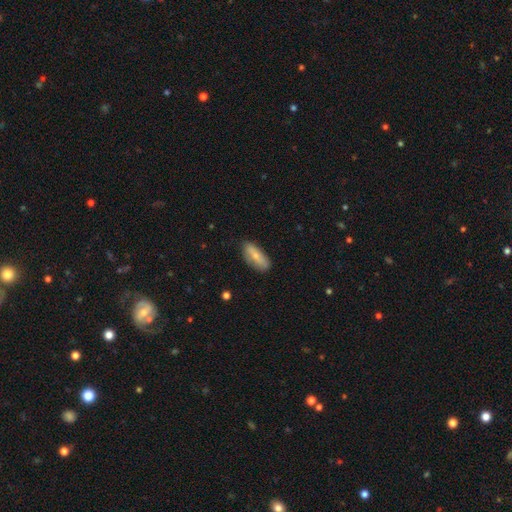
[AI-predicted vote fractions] Morphology: type=smooth (67%); roundness=in between (73%); merging=none (79%).